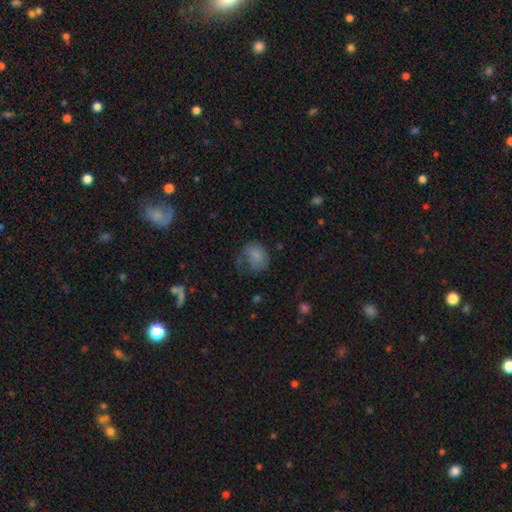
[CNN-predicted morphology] Smooth or featured?
  - smooth: 77% *
  - featured or disk: 13%
  - star or artifact: 10%
How rounded?
  - in between: 50% *
  - round: 49%
  - cigar-shaped: 1%
Merging?
  - none: 45% *
  - minor disturbance: 28%
  - major disturbance: 22%
  - merger: 4%